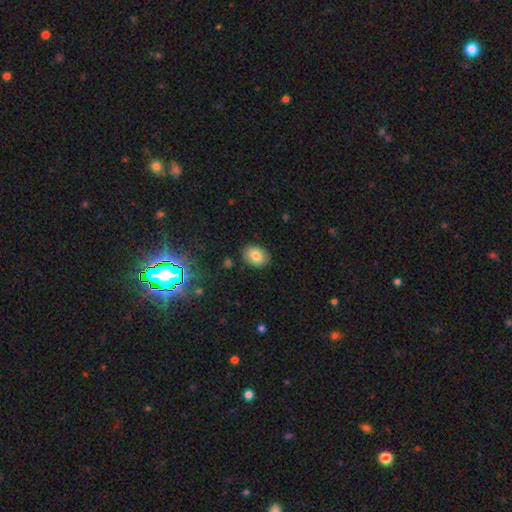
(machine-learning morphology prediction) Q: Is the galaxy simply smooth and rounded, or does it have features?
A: smooth — 79%.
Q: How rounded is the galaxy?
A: in between — 72%.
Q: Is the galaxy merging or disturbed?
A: none — 86%.